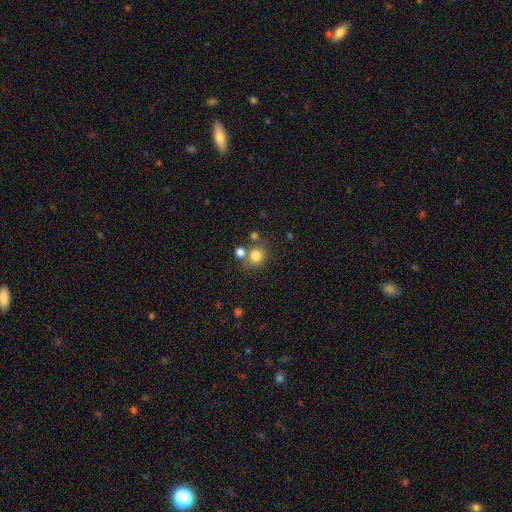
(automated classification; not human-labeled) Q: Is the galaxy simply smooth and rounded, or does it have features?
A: smooth — 80%.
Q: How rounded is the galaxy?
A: round — 83%.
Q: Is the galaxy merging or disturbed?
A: none — 64%.